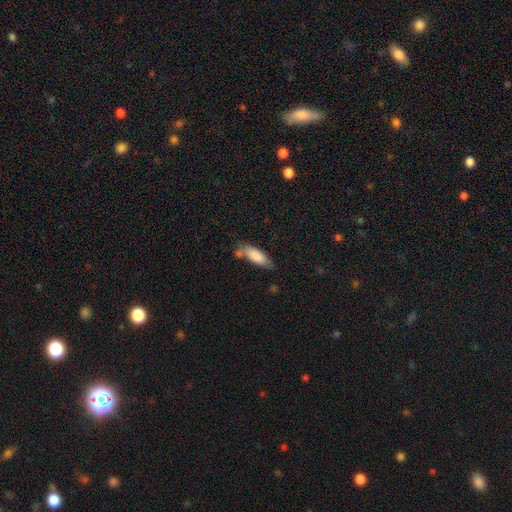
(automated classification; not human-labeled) The model was most divided on "merging": none: 52%, minor disturbance: 26%, merger: 15%, major disturbance: 7%. More confident: smooth or featured — smooth (83%); how rounded — in between (66%).